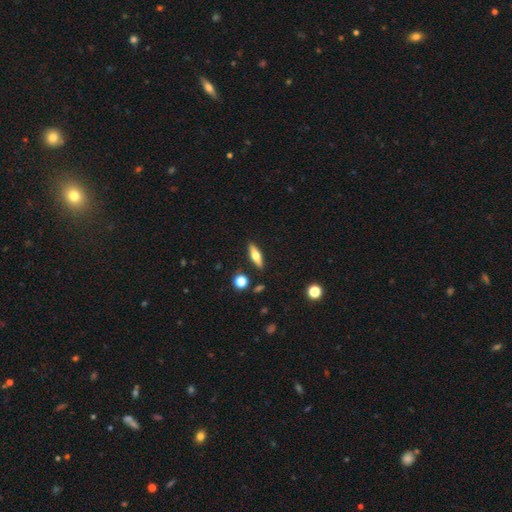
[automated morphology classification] Smooth or featured? smooth (53%)
How rounded? cigar-shaped (51%)
Merging? none (88%)